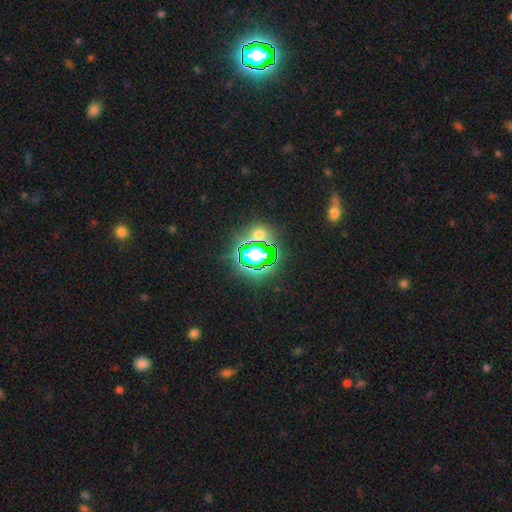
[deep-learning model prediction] This is likely a star or artifact rather than a galaxy (70%).